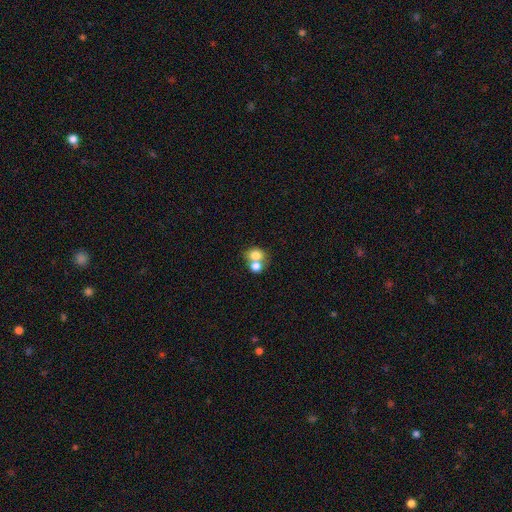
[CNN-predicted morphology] A smooth galaxy with no disk features (76%) that is round (59%). Merging: merger (57%).